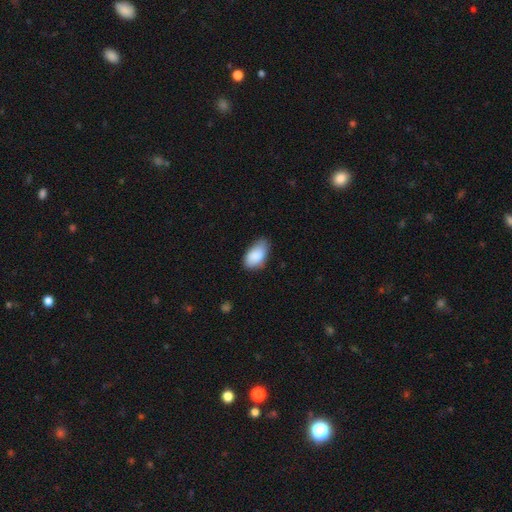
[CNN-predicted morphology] type=smooth (88%); roundness=in between (94%); merging=none (58%).